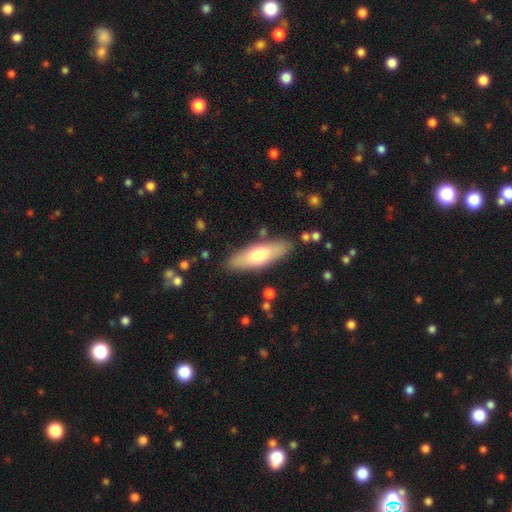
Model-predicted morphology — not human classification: Smooth or featured? smooth (65%)
How rounded? in between (54%)
Merging? none (85%)